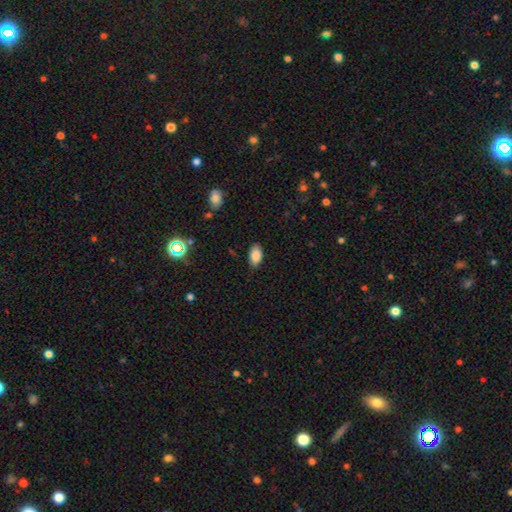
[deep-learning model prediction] Morphology: type=smooth (86%); roundness=in between (94%); merging=none (84%).